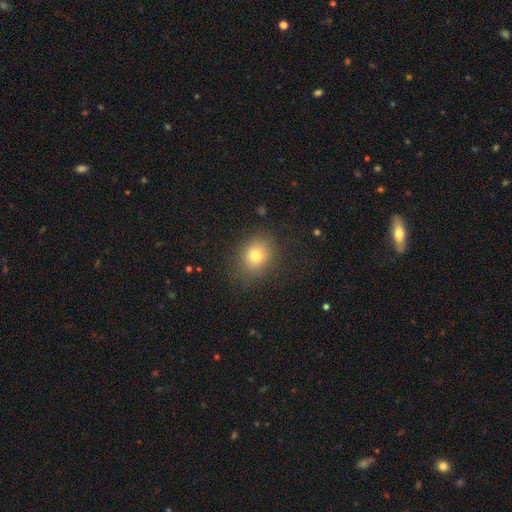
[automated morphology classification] type=smooth (77%); roundness=round (55%); merging=none (81%).